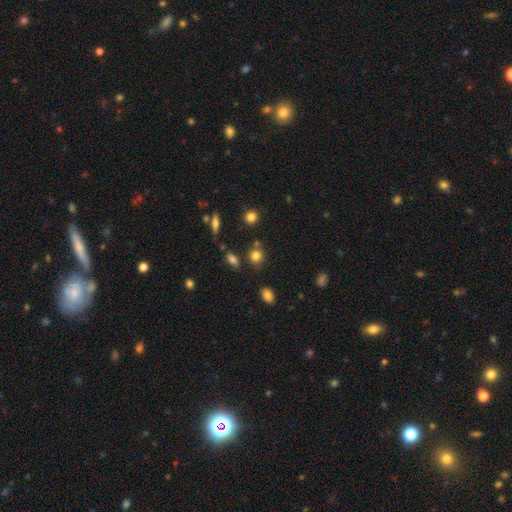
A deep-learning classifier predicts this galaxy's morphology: Q: Smooth or featured?
A: smooth (81%); runner-up: star or artifact (13%)
Q: How rounded?
A: round (72%); runner-up: in between (26%)
Q: Merging?
A: none (75%); runner-up: minor disturbance (13%)